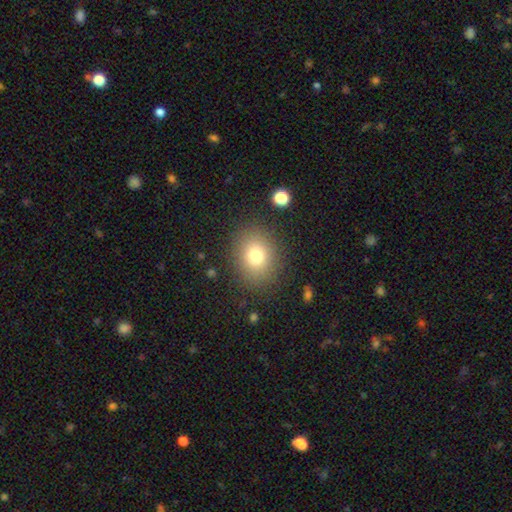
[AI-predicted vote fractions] Smooth or featured?
  - smooth: 76% *
  - star or artifact: 14%
  - featured or disk: 11%
How rounded?
  - round: 62% *
  - in between: 37%
  - cigar-shaped: 1%
Merging?
  - none: 86% *
  - minor disturbance: 9%
  - major disturbance: 4%
  - merger: 2%